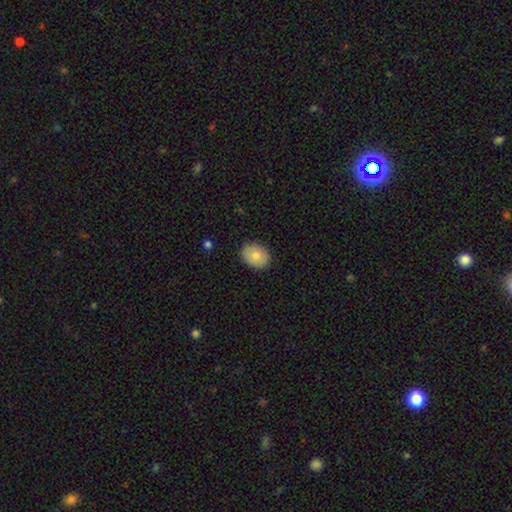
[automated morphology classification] smooth-or-featured: smooth: 80% | featured or disk: 13% | star or artifact: 7%
  how-rounded: in between: 63% | round: 36% | cigar-shaped: 1%
  merging: none: 86% | minor disturbance: 10% | major disturbance: 2% | merger: 1%